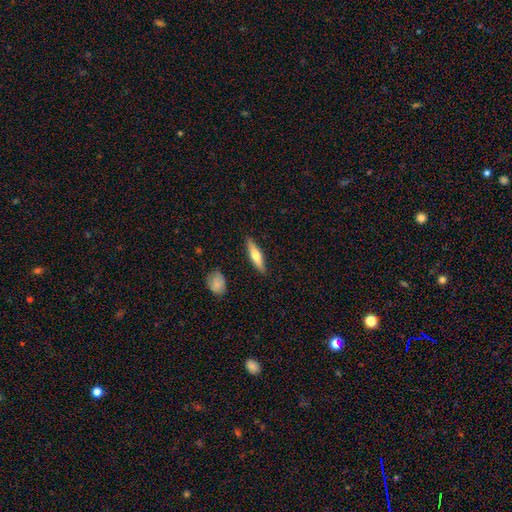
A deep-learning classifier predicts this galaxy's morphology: This is possibly a smooth galaxy (52%). How rounded: likely cigar-shaped (76%). Merging: clearly none (88%).